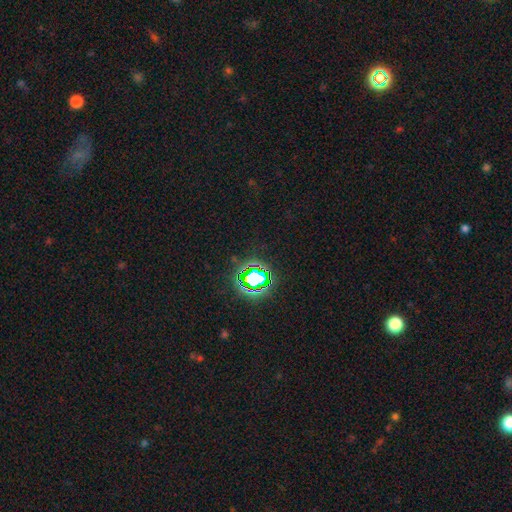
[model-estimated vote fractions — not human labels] The model was most divided on "smooth or featured": star or artifact: 80%, smooth: 13%, featured or disk: 7%.